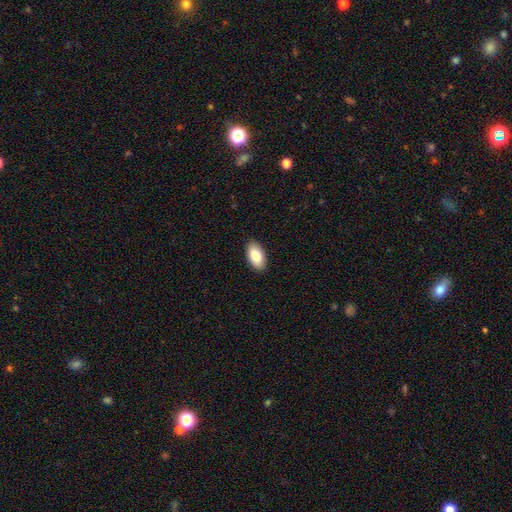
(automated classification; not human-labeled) Morphology: type=smooth (84%); roundness=in between (95%); merging=none (90%).